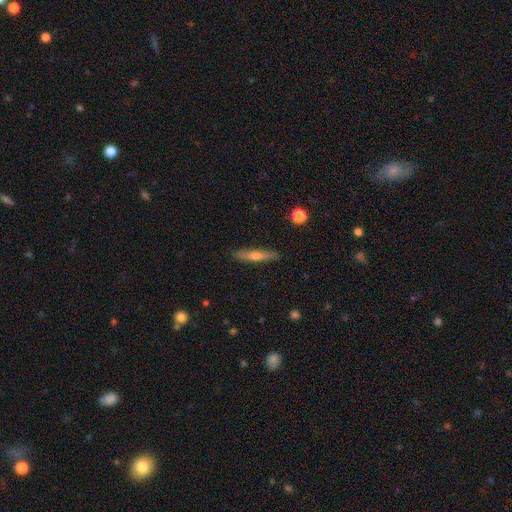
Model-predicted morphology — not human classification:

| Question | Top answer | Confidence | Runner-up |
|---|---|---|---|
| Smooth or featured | featured or disk | 48% | smooth (46%) |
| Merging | none | 90% | minor disturbance (7%) |